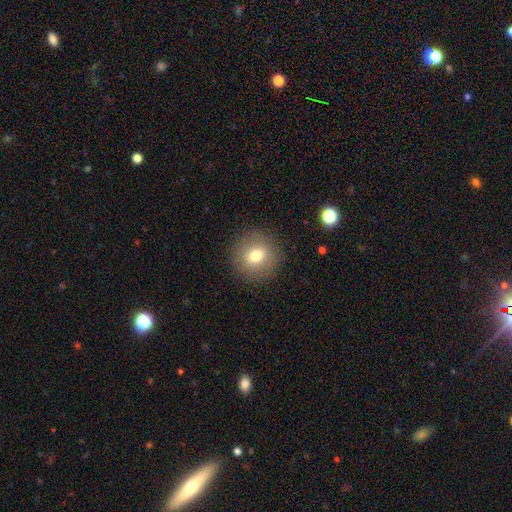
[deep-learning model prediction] smooth-or-featured: smooth: 75% | featured or disk: 15% | star or artifact: 11%
  how-rounded: round: 92% | in between: 7% | cigar-shaped: 1%
  merging: none: 89% | minor disturbance: 7% | major disturbance: 3% | merger: 1%